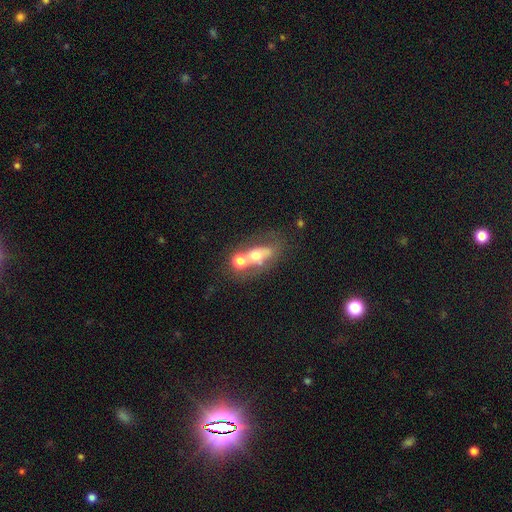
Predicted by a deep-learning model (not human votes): Q: Smooth or featured?
A: smooth (54%); runner-up: featured or disk (34%)
Q: How rounded?
A: in between (60%); runner-up: round (34%)
Q: Merging?
A: merger (54%); runner-up: none (27%)